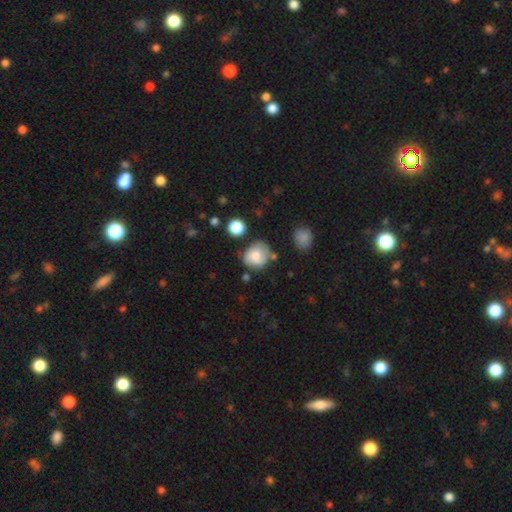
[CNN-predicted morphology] type=smooth (70%); roundness=round (71%); merging=none (58%).